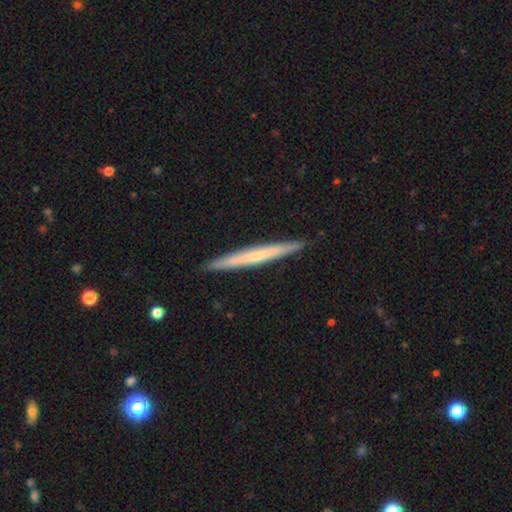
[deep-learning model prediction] Q: Smooth or featured?
A: featured or disk (48%); runner-up: smooth (46%)
Q: Merging?
A: none (92%); runner-up: minor disturbance (6%)